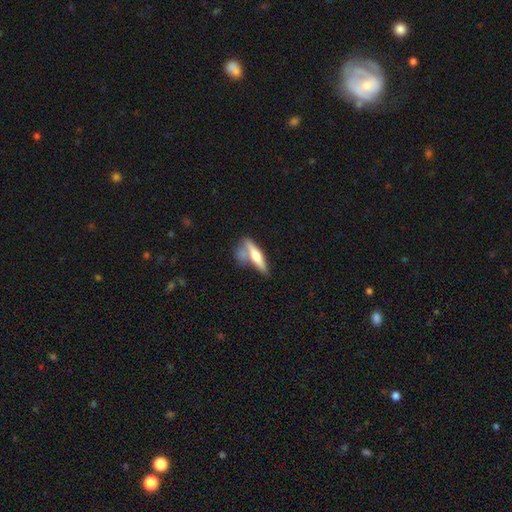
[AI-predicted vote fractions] The model was most divided on "smooth or featured": smooth: 58%, featured or disk: 36%, star or artifact: 7%. Remaining: how rounded — cigar-shaped (75%); merging — none (47%).